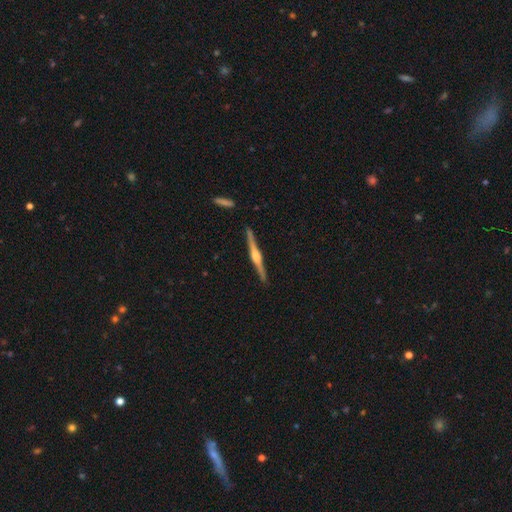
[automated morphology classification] type=featured or disk (83%); edge-on=yes (98%); edge-on bulge=rounded (80%); merging=none (90%).